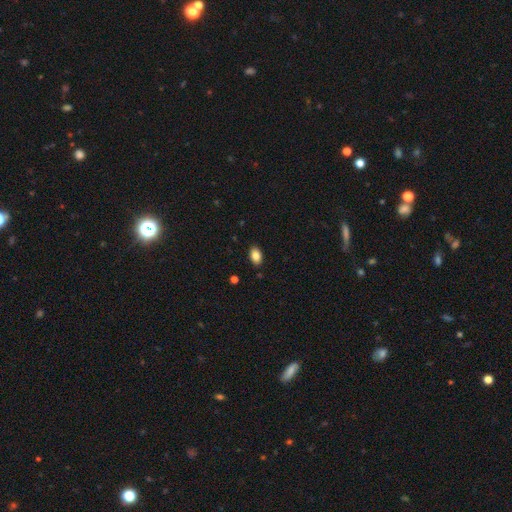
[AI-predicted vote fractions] This is clearly a smooth galaxy (86%). How rounded: clearly in between (89%). Merging: clearly none (88%).